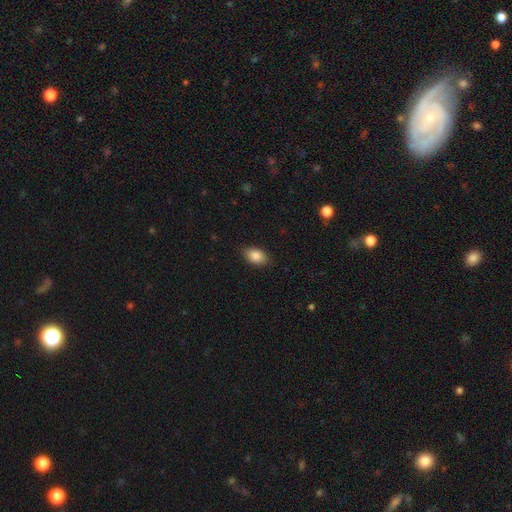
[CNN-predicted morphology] Smooth or featured?
  - smooth: 87% *
  - star or artifact: 7%
  - featured or disk: 6%
How rounded?
  - in between: 89% *
  - round: 9%
  - cigar-shaped: 2%
Merging?
  - none: 86% *
  - minor disturbance: 11%
  - major disturbance: 2%
  - merger: 1%